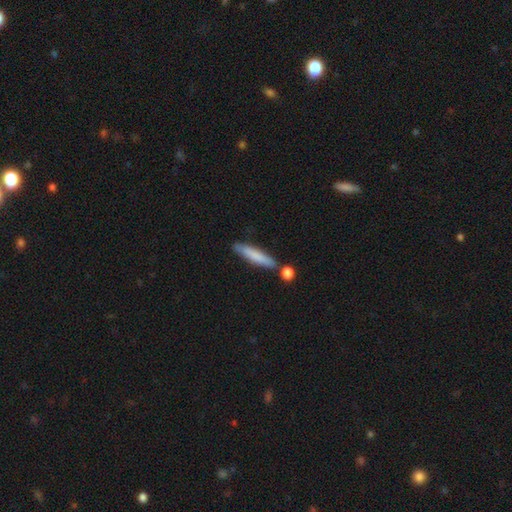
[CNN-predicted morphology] type=smooth (76%); roundness=cigar-shaped (89%); merging=none (75%).